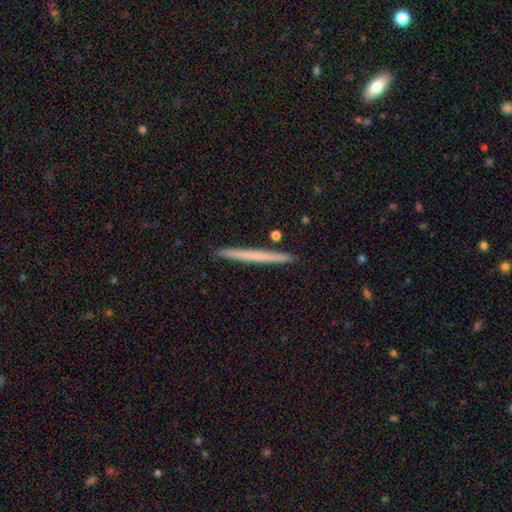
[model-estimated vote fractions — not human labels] Smooth or featured? smooth (56%)
How rounded? cigar-shaped (97%)
Merging? none (92%)